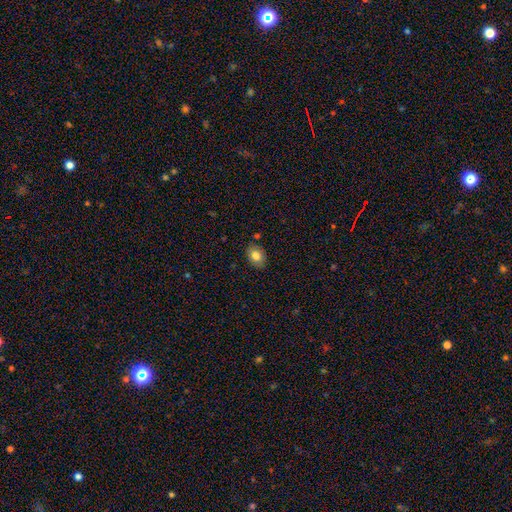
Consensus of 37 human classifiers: A smooth galaxy with no disk features (86%) that is in between round and cigar-shaped (81%). Merging: none (89%).